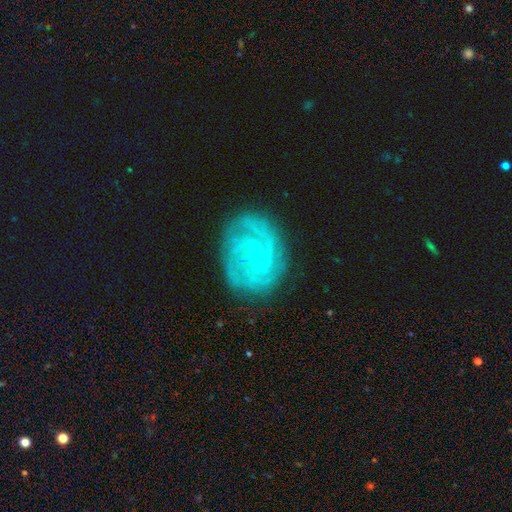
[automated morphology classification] Smooth or featured? featured or disk (88%)
Edge-on disk? no (98%)
Bar? no (60%)
Spiral arms? yes (98%)
Spiral winding? tight (70%)
Spiral arm count? 2 (31%)
Bulge size? small (87%)
Merging? none (80%)